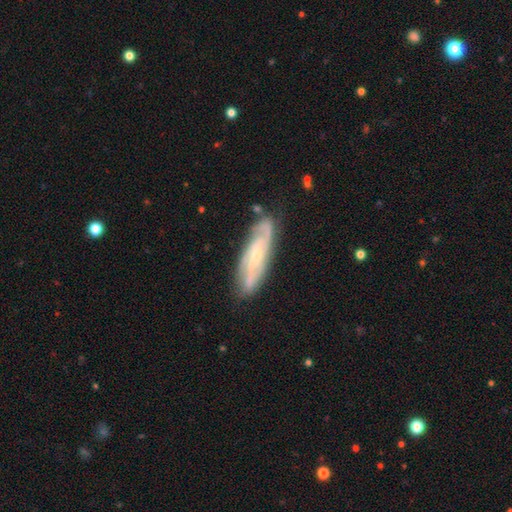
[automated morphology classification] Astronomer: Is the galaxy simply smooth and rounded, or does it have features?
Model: featured or disk — 79%.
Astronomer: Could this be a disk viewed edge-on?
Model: no — 81%.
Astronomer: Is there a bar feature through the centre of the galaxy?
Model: no — 48% (runner-up: weak, 38%).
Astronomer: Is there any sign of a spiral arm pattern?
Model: yes — 94%.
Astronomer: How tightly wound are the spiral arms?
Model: tight — 48% (runner-up: medium, 39%).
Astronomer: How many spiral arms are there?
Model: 2 — 39% (runner-up: can't tell, 29%).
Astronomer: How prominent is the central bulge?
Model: small — 71%.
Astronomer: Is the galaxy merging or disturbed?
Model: none — 78%.